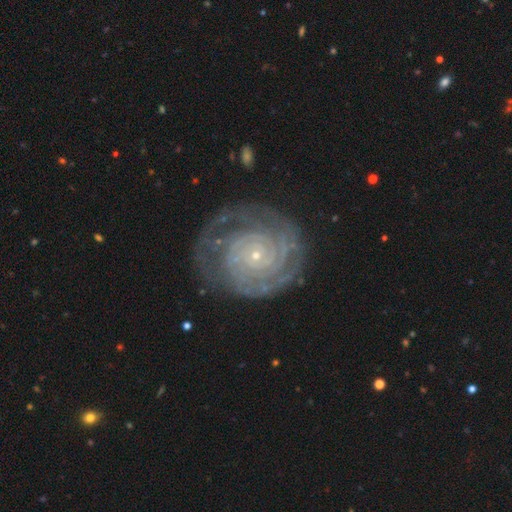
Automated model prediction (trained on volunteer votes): The model was most divided on "spiral arm count": can't tell: 28%, 2: 22%, 3: 17%, 4: 16%, more than 4: 10%, 1: 7%. More confident: edge-on disk — no (97%); spiral arms — yes (96%); bulge size — small (89%); smooth or featured — featured or disk (86%); spiral winding — tight (82%); bar — no (80%); merging — none (73%).